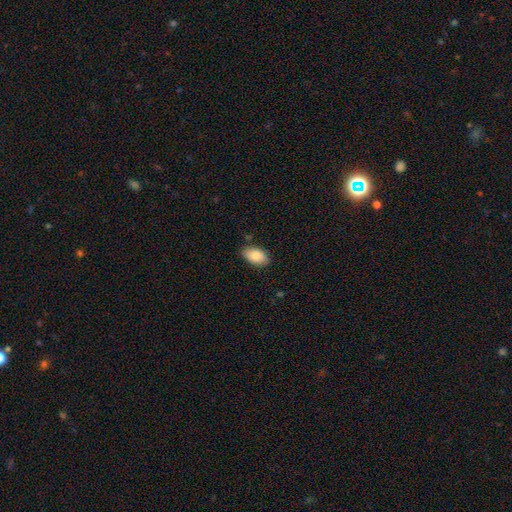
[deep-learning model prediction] This appears to be a smooth galaxy with no disk features (87%) that is in between round and cigar-shaped (94%). Merging: none (81%).